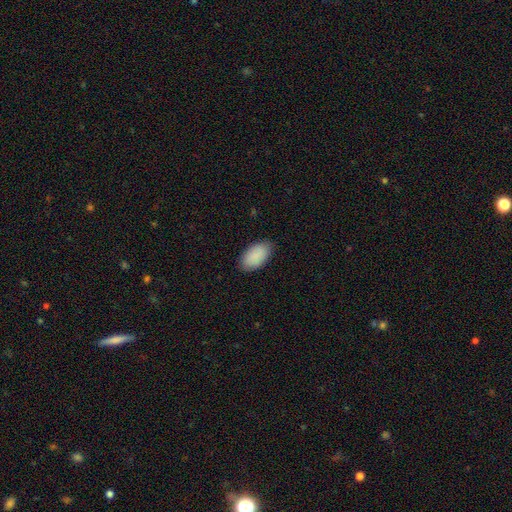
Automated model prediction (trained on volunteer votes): A smooth galaxy with no disk features (90%) that is in between round and cigar-shaped (96%).

Vote fractions:
- Smooth or featured? smooth: 90% / star or artifact: 6% / featured or disk: 4%
- How rounded? in between: 96% / round: 2% / cigar-shaped: 2%
- Merging? none: 84% / minor disturbance: 12% / major disturbance: 2% / merger: 1%